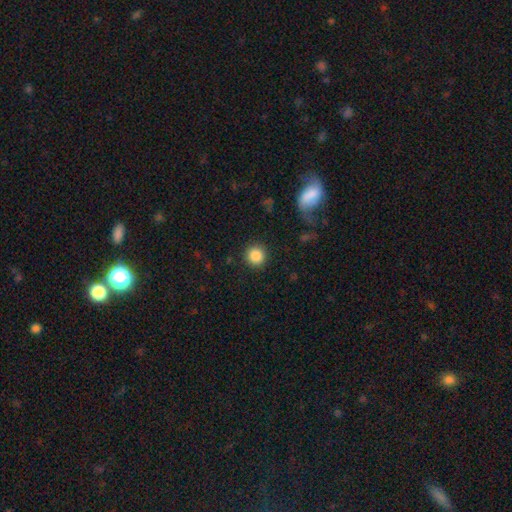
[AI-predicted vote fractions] Morphology: type=smooth (86%); roundness=round (93%); merging=none (91%).